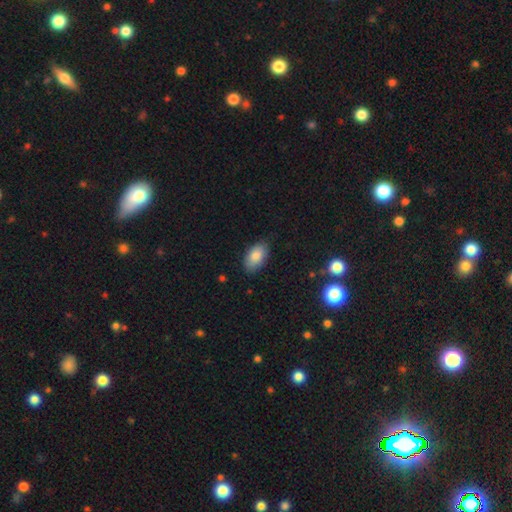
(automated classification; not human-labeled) A smooth galaxy with no disk features (86%) that is in between round and cigar-shaped (94%). Merging: none (83%).